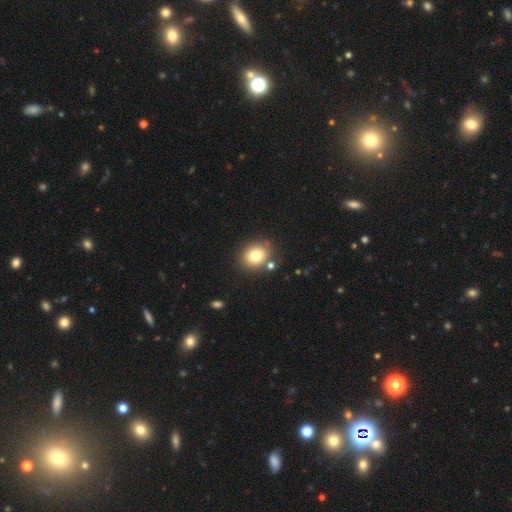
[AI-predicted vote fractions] Overall: smooth (79%). How rounded: round (65%; in between 35%). Merging: none (79%).